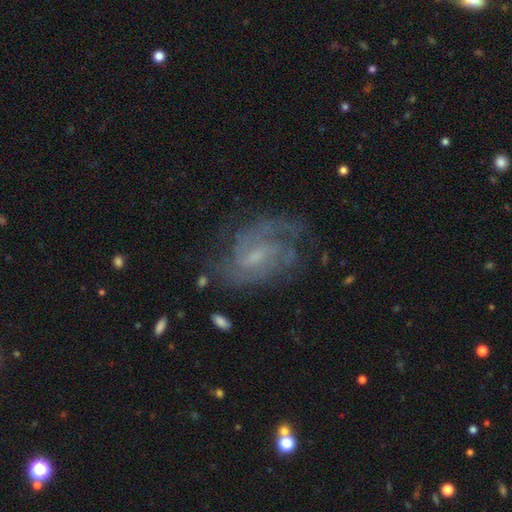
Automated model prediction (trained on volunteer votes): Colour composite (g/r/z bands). It shows a featured or disk galaxy (81%) with a weak bar (57%), 2 (45%) medium (45%) spiral arms (92%) and a small central bulge (52%). Merging: none (66%).